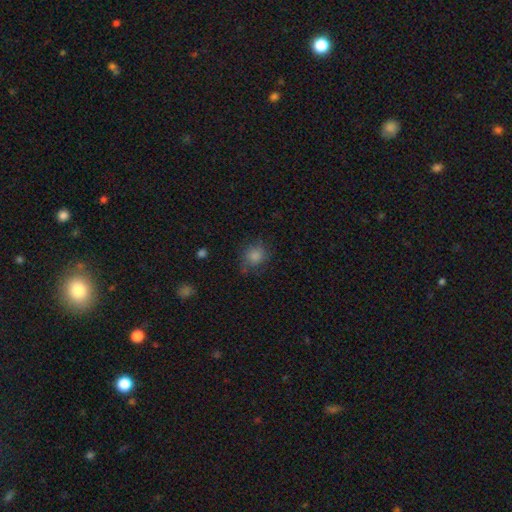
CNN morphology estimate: Smooth or featured? smooth (77%)
How rounded? round (78%)
Merging? none (73%)